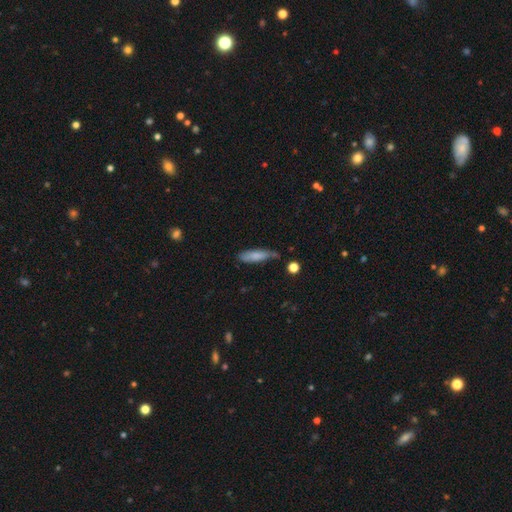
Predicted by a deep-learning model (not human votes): Q: Smooth or featured?
A: smooth (78%); runner-up: featured or disk (15%)
Q: How rounded?
A: cigar-shaped (59%); runner-up: in between (39%)
Q: Merging?
A: none (58%); runner-up: minor disturbance (29%)